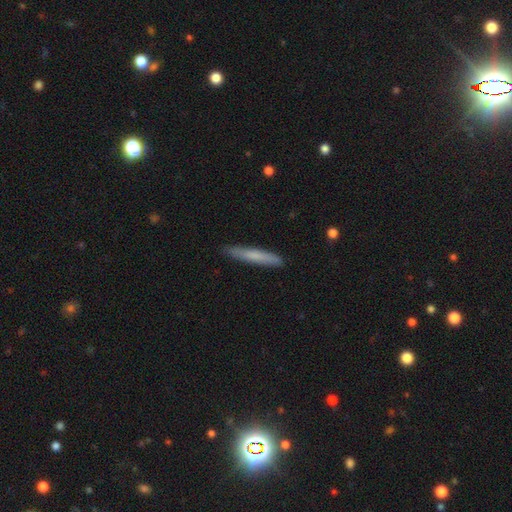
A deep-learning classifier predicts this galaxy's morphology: Q: Smooth or featured?
A: smooth (69%); runner-up: featured or disk (25%)
Q: How rounded?
A: cigar-shaped (95%); runner-up: in between (4%)
Q: Merging?
A: none (88%); runner-up: minor disturbance (9%)